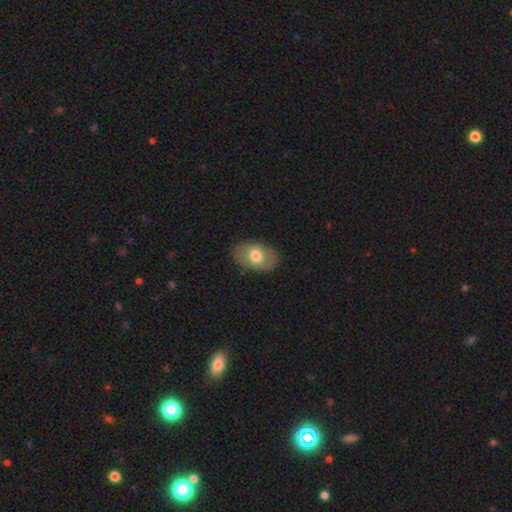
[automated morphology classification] A smooth galaxy with no disk features (68%) that is in between round and cigar-shaped (86%). Merging: none (84%).